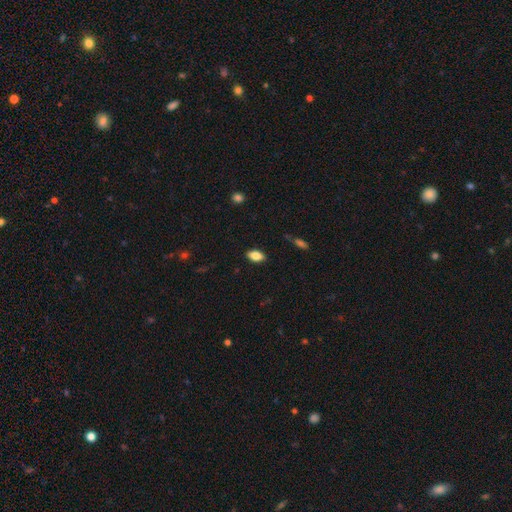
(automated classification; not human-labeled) Overall: smooth (82%). How rounded: in between (90%). Merging: none (86%).